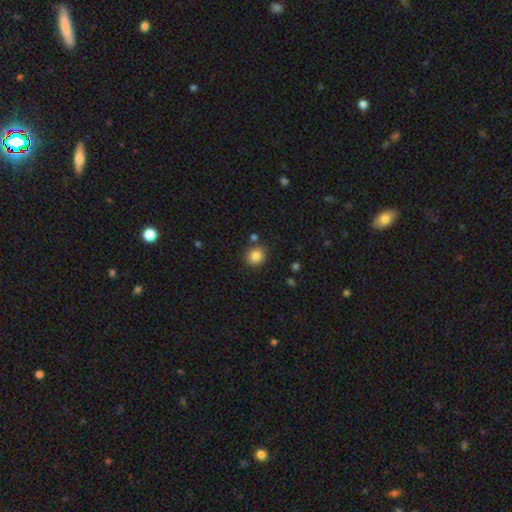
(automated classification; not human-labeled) Smooth or featured? smooth (84%)
How rounded? round (83%)
Merging? none (83%)